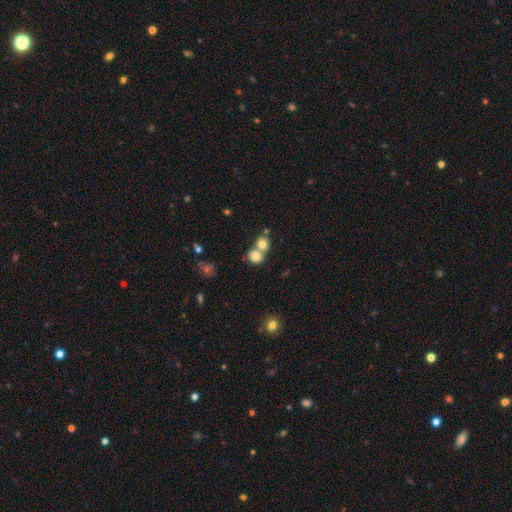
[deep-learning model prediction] Smooth or featured? smooth (79%)
How rounded? round (80%)
Merging? merger (54%)